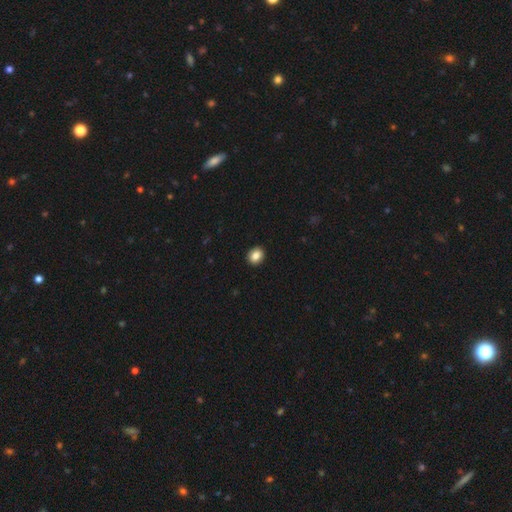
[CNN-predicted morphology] Smooth or featured: smooth — 86% (star or artifact — 9%)
How rounded: round — 56% (in between — 43%)
Merging: none — 92% (minor disturbance — 6%)